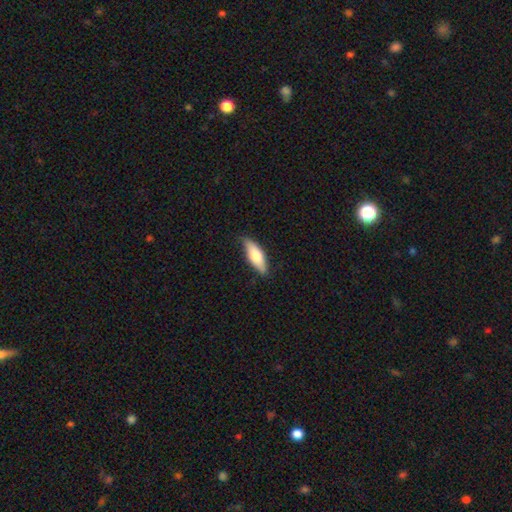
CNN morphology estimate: A smooth galaxy with no disk features (65%) that is in between round and cigar-shaped (60%). Merging: none (81%).